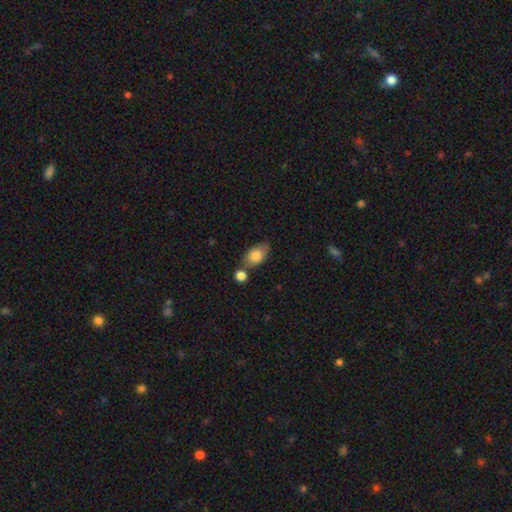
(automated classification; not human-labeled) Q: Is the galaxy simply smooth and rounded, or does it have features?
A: smooth — 82%.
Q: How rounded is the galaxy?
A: in between — 85%.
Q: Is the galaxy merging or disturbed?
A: none — 60%.